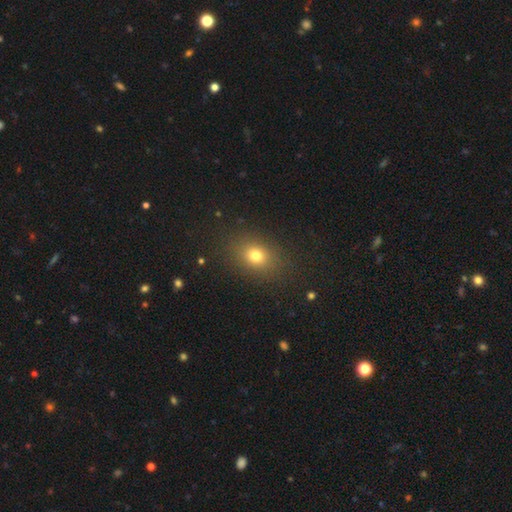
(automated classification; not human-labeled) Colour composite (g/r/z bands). It shows a smooth galaxy with no disk features (75%) that is in between round and cigar-shaped (53%). Merging: none (85%).